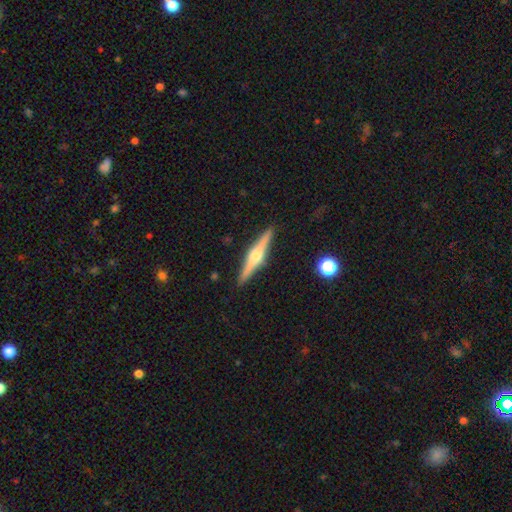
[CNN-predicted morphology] A featured or disk galaxy (79%) viewed edge-on (98%) with a rounded central bulge (94%).

Vote fractions:
- Smooth or featured? featured or disk: 79% / smooth: 16% / star or artifact: 5%
- Edge-on disk? yes: 98% / no: 2%
- Edge-on bulge? rounded: 94% / boxy: 4% / none: 2%
- Merging? none: 91% / minor disturbance: 6% / major disturbance: 1% / merger: 1%